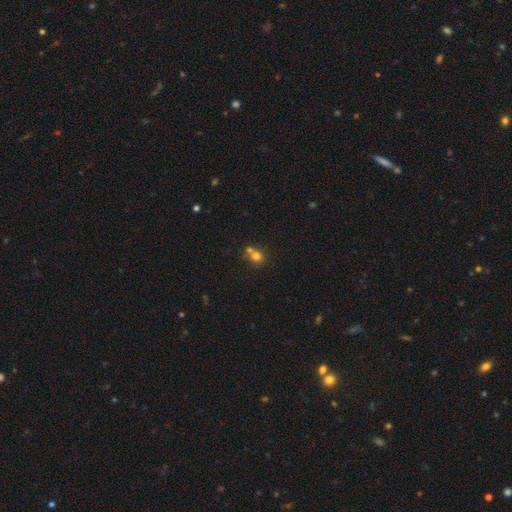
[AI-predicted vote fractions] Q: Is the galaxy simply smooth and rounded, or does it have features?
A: smooth — 75%.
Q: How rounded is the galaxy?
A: round — 77%.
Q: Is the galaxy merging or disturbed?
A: none — 45%.